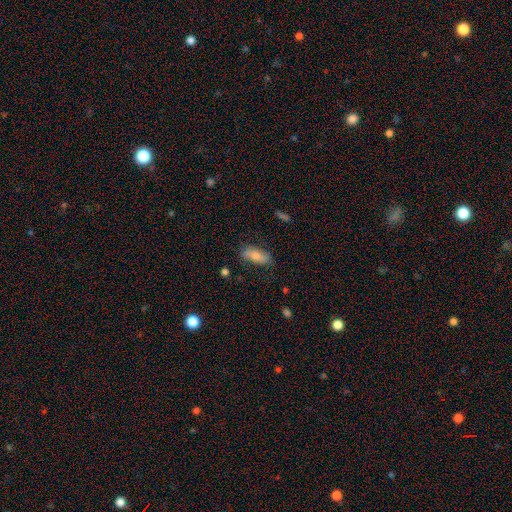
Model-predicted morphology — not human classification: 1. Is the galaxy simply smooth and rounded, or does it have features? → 75% smooth, 19% featured or disk, 7% star or artifact.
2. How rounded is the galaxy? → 80% in between, 17% cigar-shaped, 3% round.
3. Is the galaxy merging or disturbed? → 75% none, 19% minor disturbance, 4% major disturbance, 2% merger.